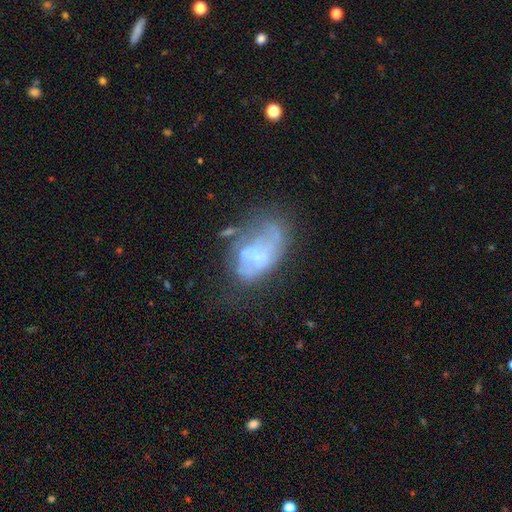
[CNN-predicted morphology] smooth-or-featured: featured or disk: 60% | smooth: 28% | star or artifact: 12%
  disk-edge-on: no: 97% | yes: 3%
    bar: no: 83% | weak: 14% | strong: 3%
    has-spiral-arms: no: 77% | yes: 23%
    bulge-size: none: 47% | small: 35% | moderate: 15% | large: 3% | dominant: 1%
  merging: major disturbance: 31% | none: 29% | minor disturbance: 22% | merger: 17%